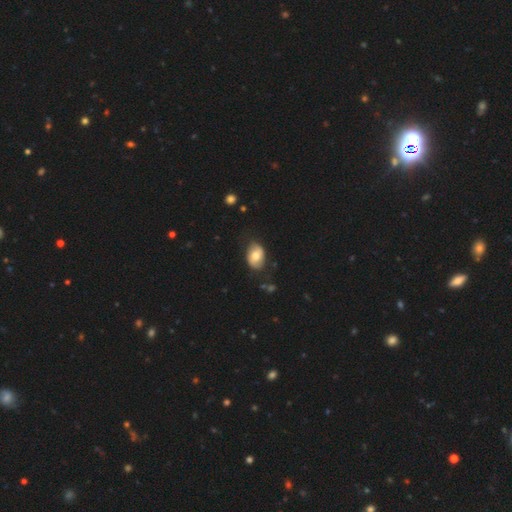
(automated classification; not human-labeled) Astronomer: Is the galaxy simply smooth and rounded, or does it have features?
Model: smooth — 66%.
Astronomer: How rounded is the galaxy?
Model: in between — 82%.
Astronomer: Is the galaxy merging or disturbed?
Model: none — 74%.